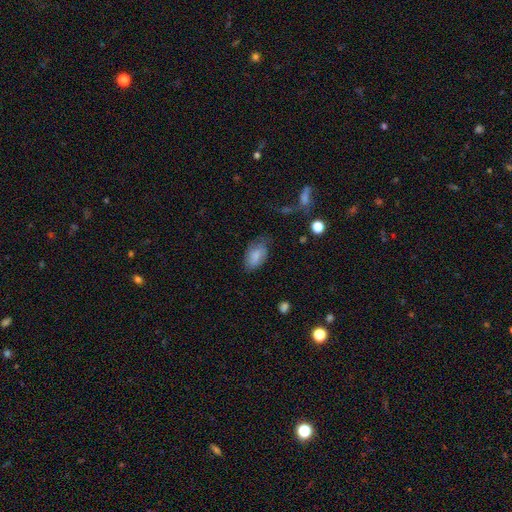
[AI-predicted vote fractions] Morphology: type=smooth (78%); roundness=in between (92%); merging=none (56%).